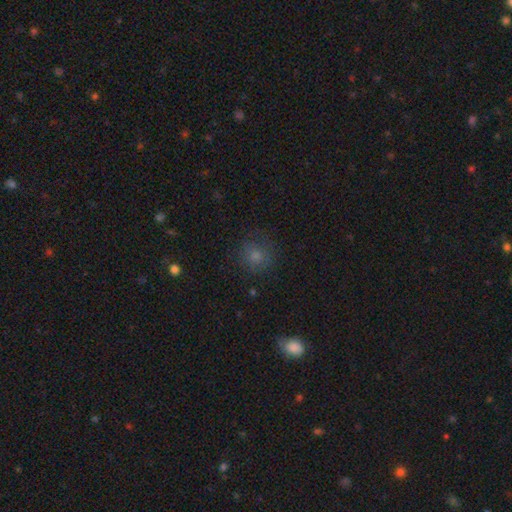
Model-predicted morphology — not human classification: Q: Smooth or featured?
A: smooth (76%); runner-up: star or artifact (15%)
Q: How rounded?
A: round (85%); runner-up: in between (14%)
Q: Merging?
A: none (76%); runner-up: minor disturbance (15%)